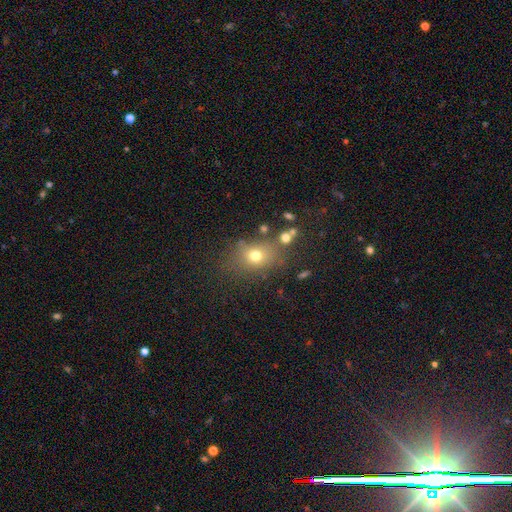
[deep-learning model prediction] The model was most divided on "how rounded": in between: 50%, round: 48%, cigar-shaped: 2%. More confident: smooth or featured — smooth (71%); merging — none (67%).